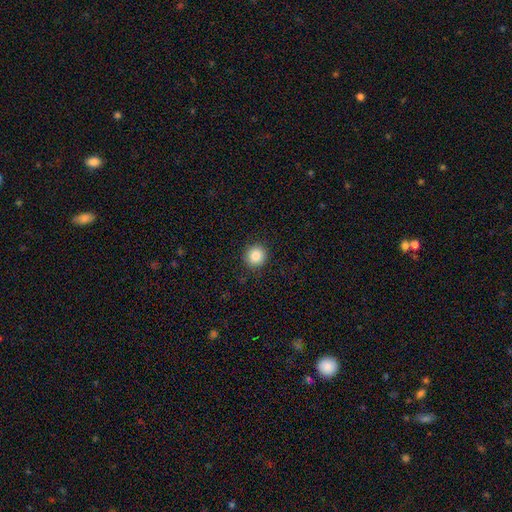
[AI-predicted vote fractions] smooth_or_featured: smooth (p=0.85) [alt: star or artifact p=0.10]
how_rounded: round (p=0.92) [alt: in between p=0.07]
merging: none (p=0.91) [alt: minor disturbance p=0.06]